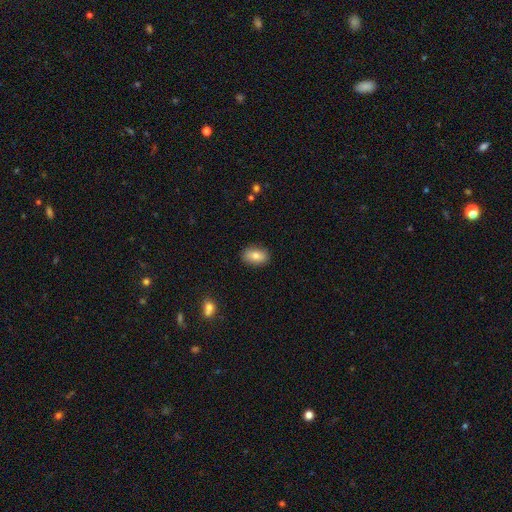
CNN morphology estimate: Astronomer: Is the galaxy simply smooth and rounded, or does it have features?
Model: smooth — 79%.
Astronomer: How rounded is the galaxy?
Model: in between — 86%.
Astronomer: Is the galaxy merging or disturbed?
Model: none — 87%.